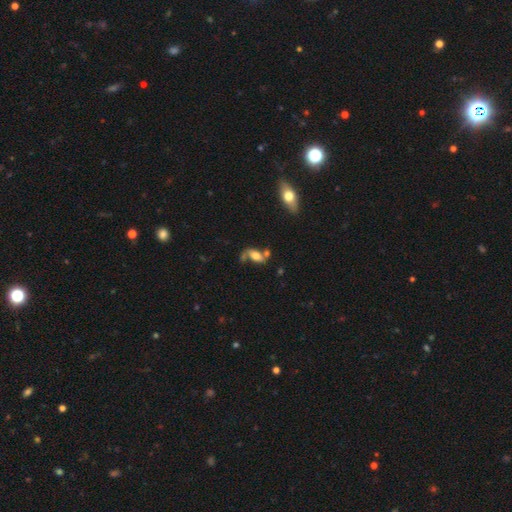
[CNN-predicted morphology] A featured or disk galaxy (53%). Merging: none (42%).